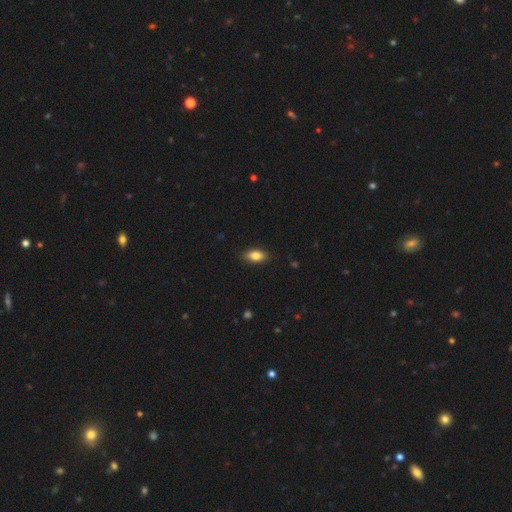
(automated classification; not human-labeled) Smooth or featured? smooth (82%)
How rounded? in between (88%)
Merging? none (87%)